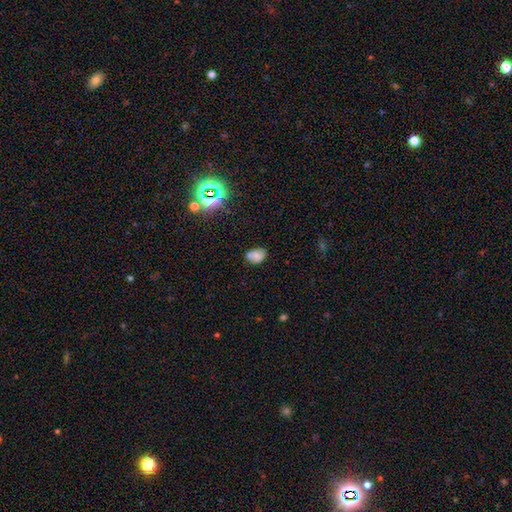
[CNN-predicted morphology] Q: Smooth or featured?
A: smooth (70%); runner-up: star or artifact (15%)
Q: How rounded?
A: in between (69%); runner-up: round (30%)
Q: Merging?
A: none (58%); runner-up: minor disturbance (22%)